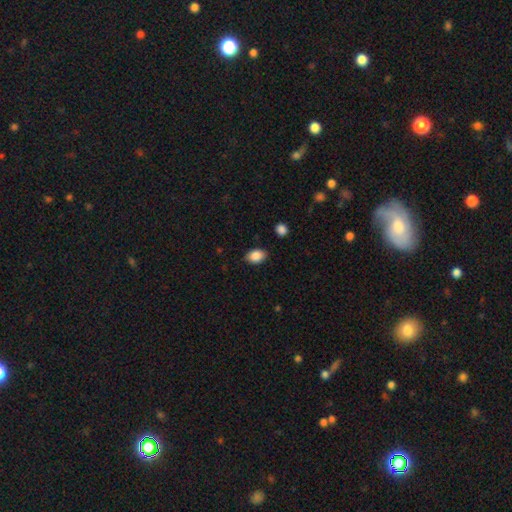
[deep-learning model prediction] smooth 87%, star or artifact 8%, featured or disk 5%. Down the decision tree: how rounded — in between (82%); merging — none (85%).